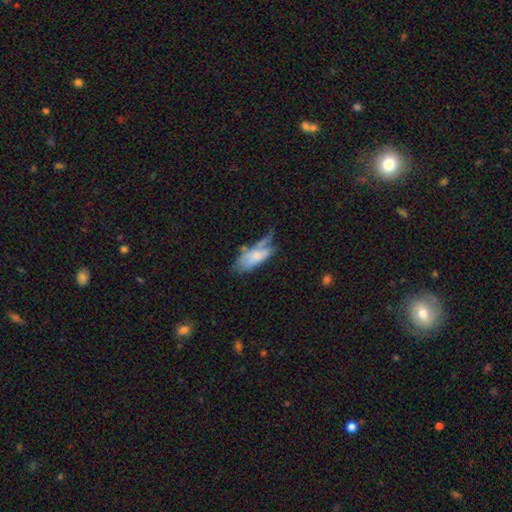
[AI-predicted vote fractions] smooth-or-featured: smooth: 66% | featured or disk: 27% | star or artifact: 7%
  how-rounded: in between: 79% | cigar-shaped: 18% | round: 2%
  merging: none: 35% | minor disturbance: 29% | major disturbance: 19% | merger: 17%